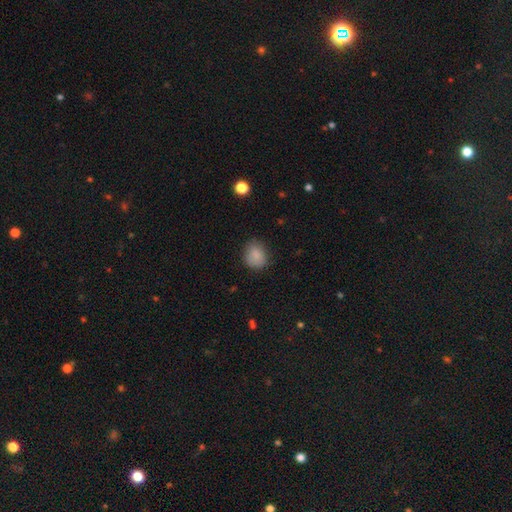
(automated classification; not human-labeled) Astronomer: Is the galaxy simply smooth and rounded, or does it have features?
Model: smooth — 84%.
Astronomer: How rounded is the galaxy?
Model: round — 62% (runner-up: in between, 37%).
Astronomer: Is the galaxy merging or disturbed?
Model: none — 75%.